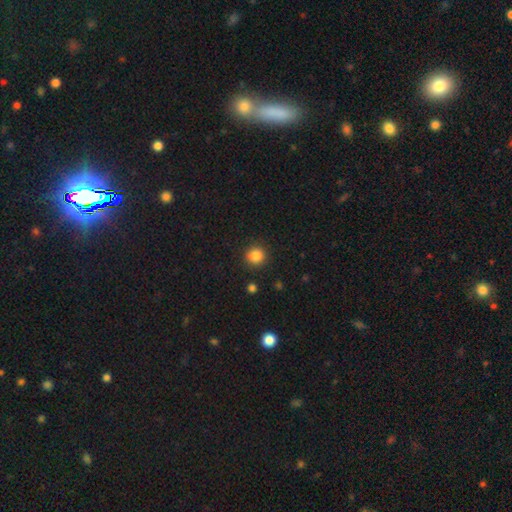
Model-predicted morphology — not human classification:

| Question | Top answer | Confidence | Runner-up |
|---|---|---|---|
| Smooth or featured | smooth | 86% | star or artifact (11%) |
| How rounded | round | 90% | in between (9%) |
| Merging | none | 90% | minor disturbance (6%) |